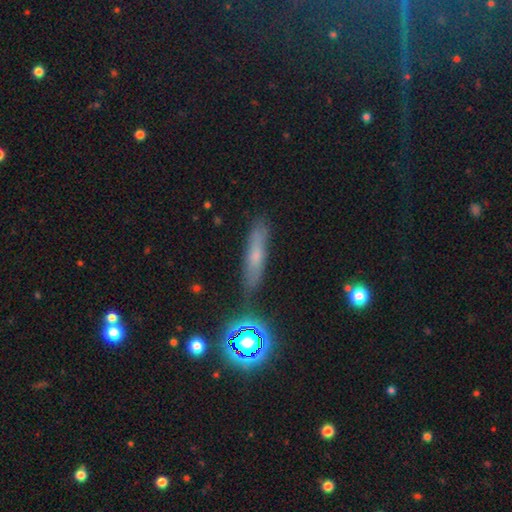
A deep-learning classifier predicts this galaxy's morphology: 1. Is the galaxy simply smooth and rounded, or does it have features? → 56% smooth, 29% featured or disk, 16% star or artifact.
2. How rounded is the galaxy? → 77% cigar-shaped, 19% in between, 4% round.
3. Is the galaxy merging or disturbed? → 78% none, 14% minor disturbance, 4% major disturbance, 4% merger.